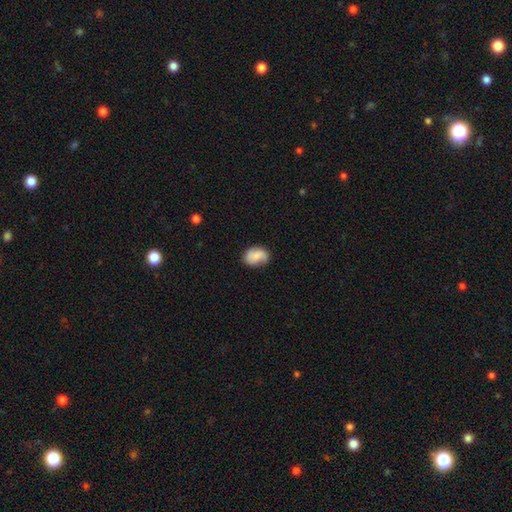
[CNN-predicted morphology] Overall: smooth (65%; featured or disk 27%). How rounded: in between (65%; round 34%). Merging: none (64%; minor disturbance 26%).